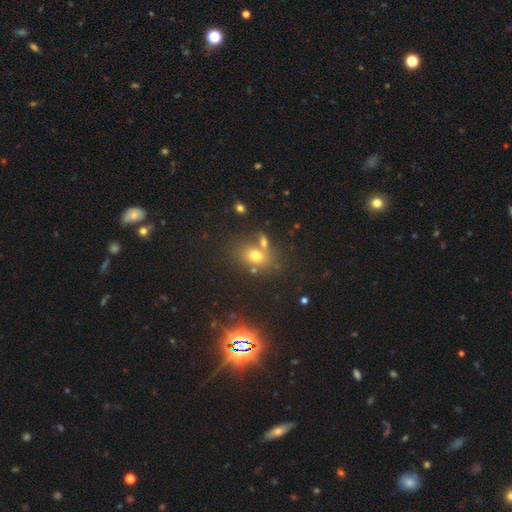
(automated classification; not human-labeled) Smooth or featured? Predicted: smooth (p=0.65). How rounded? Predicted: in between (p=0.58). Merging? Predicted: none (p=0.59).